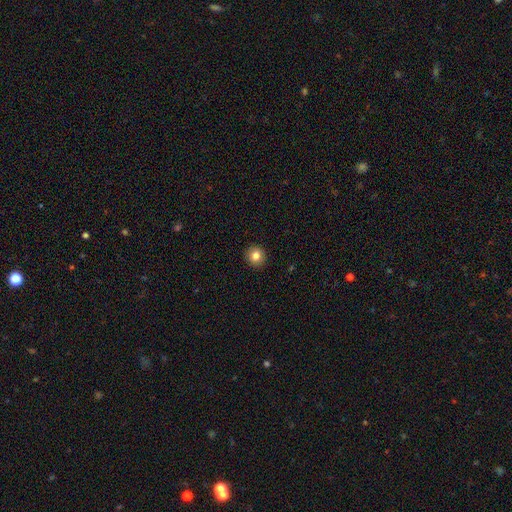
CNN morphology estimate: Smooth or featured: smooth — 83% (star or artifact — 10%)
How rounded: round — 92% (in between — 7%)
Merging: none — 93% (minor disturbance — 5%)